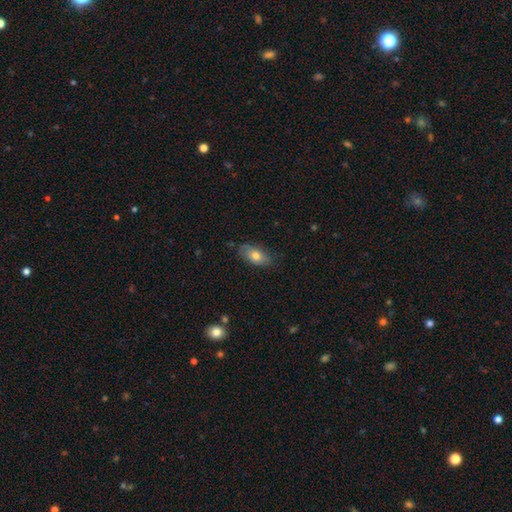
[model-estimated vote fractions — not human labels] The model was most divided on "smooth or featured": smooth: 70%, featured or disk: 23%, star or artifact: 7%. More confident: how rounded — in between (90%); merging — none (75%).